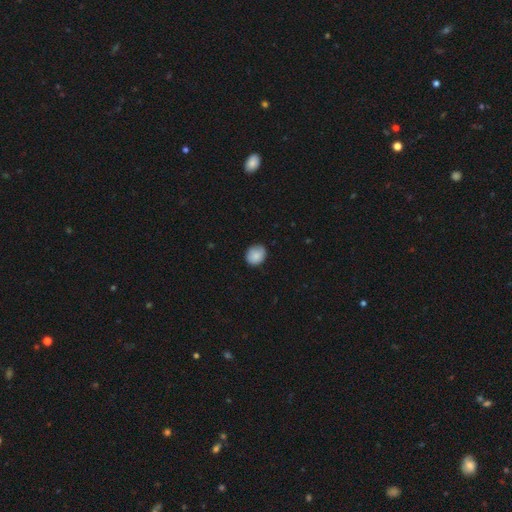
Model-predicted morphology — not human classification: Overall: smooth (86%). How rounded: round (69%; in between 30%). Merging: none (80%).